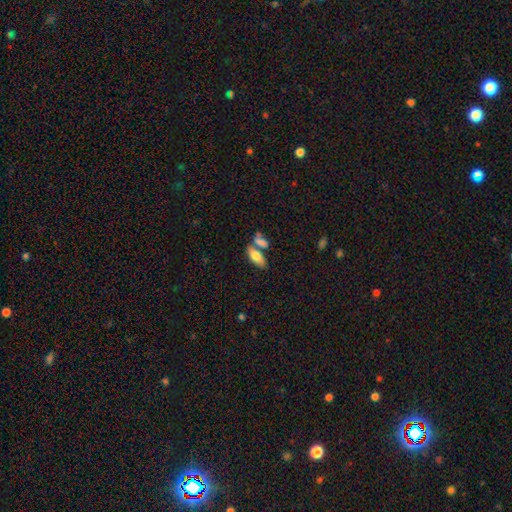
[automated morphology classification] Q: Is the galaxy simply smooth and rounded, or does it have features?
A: smooth — 77%.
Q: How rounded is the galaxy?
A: in between — 80%.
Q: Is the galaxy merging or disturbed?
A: none — 47%.